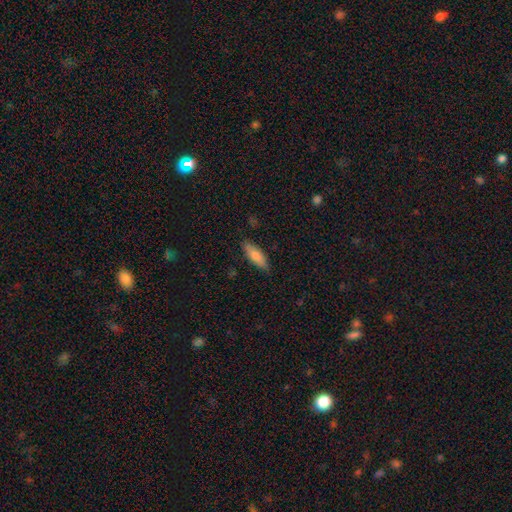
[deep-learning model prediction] Smooth or featured? Predicted: smooth (p=0.79). How rounded? Predicted: in between (p=0.55). Merging? Predicted: none (p=0.84).